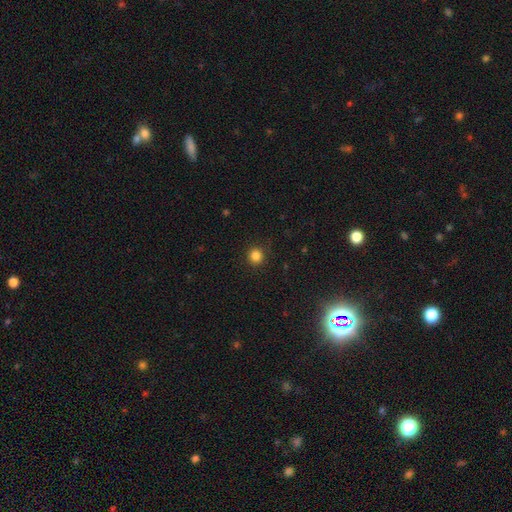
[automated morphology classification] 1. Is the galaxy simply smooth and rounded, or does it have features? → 84% smooth, 13% star or artifact, 4% featured or disk.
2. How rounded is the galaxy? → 94% round, 5% in between, 1% cigar-shaped.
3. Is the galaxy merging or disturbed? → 90% none, 7% minor disturbance, 2% major disturbance, 1% merger.